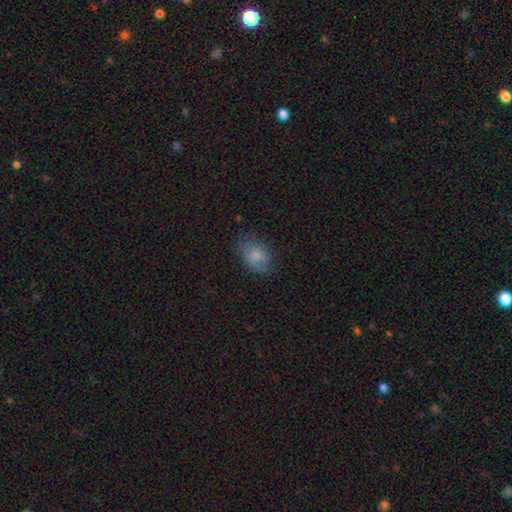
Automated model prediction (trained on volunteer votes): The model was most divided on "merging": none: 57%, minor disturbance: 28%, major disturbance: 13%, merger: 2%. More confident: how rounded — in between (80%); smooth or featured — smooth (68%).